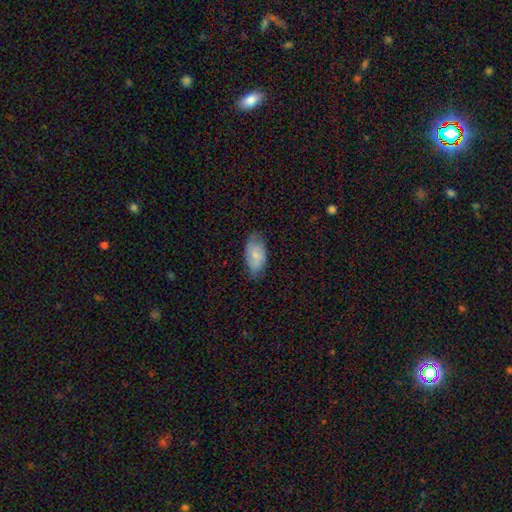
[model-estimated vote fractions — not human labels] Smooth or featured?
  - smooth: 69% *
  - featured or disk: 25%
  - star or artifact: 7%
How rounded?
  - in between: 93% *
  - round: 4%
  - cigar-shaped: 3%
Merging?
  - none: 68% *
  - minor disturbance: 25%
  - major disturbance: 5%
  - merger: 1%